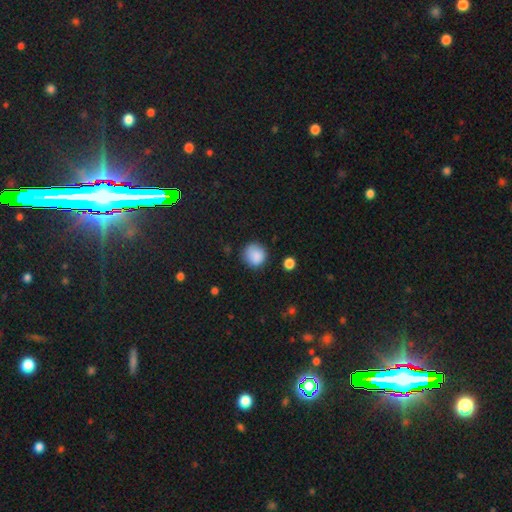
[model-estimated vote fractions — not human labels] smooth 86%, star or artifact 9%, featured or disk 5%. Down the decision tree: how rounded — round (89%); merging — none (79%).